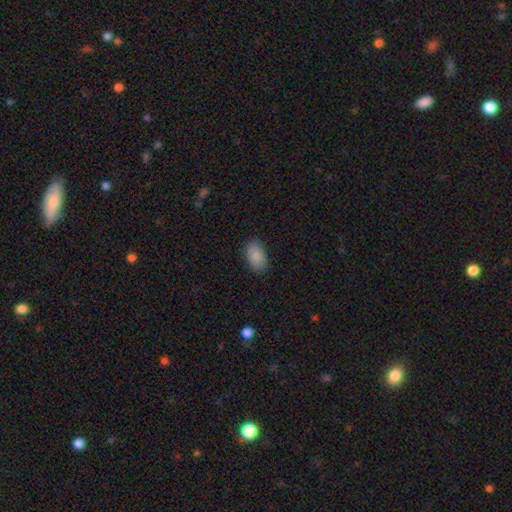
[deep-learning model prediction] smooth 89%, star or artifact 7%, featured or disk 4%. Down the decision tree: how rounded — in between (93%); merging — none (87%).